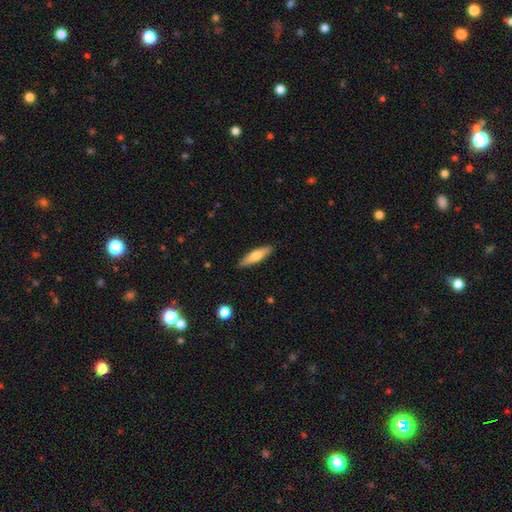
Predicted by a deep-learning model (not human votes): Smooth or featured? Predicted: smooth (p=0.56). How rounded? Predicted: cigar-shaped (p=0.74). Merging? Predicted: none (p=0.89).